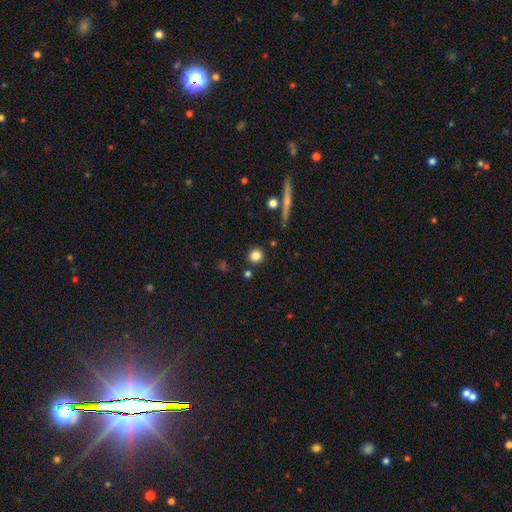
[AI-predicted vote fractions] A smooth galaxy with no disk features (83%) that is round (90%).

Vote fractions:
- Smooth or featured? smooth: 83% / star or artifact: 11% / featured or disk: 7%
- How rounded? round: 90% / in between: 8% / cigar-shaped: 2%
- Merging? none: 86% / minor disturbance: 7% / merger: 5% / major disturbance: 2%